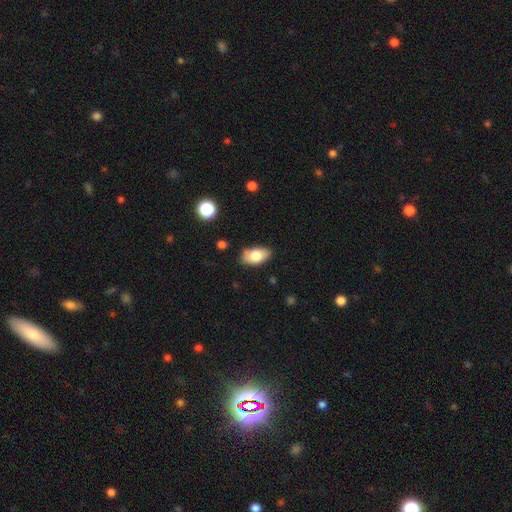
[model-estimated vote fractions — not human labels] Overall: smooth (79%). How rounded: in between (93%). Merging: none (80%).